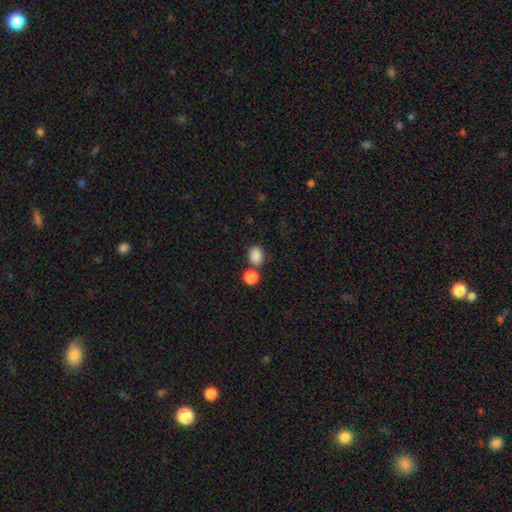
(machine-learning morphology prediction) smooth-or-featured: smooth: 86% | star or artifact: 10% | featured or disk: 4%
  how-rounded: in between: 60% | round: 39% | cigar-shaped: 1%
  merging: none: 60% | merger: 25% | minor disturbance: 11% | major disturbance: 4%